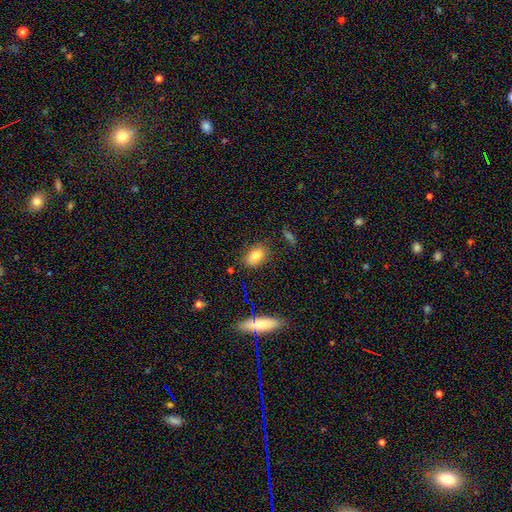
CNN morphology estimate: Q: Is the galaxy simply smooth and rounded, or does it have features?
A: smooth — 79%.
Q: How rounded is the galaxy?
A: in between — 84%.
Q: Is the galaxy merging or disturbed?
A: none — 80%.